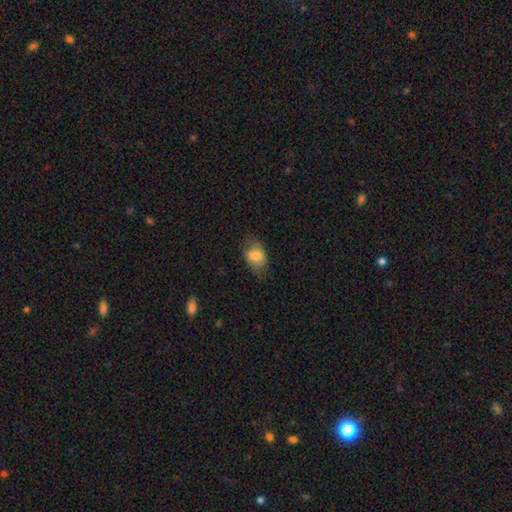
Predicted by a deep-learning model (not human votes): Overall: smooth (73%). How rounded: in between (77%). Merging: none (63%; minor disturbance 24%).